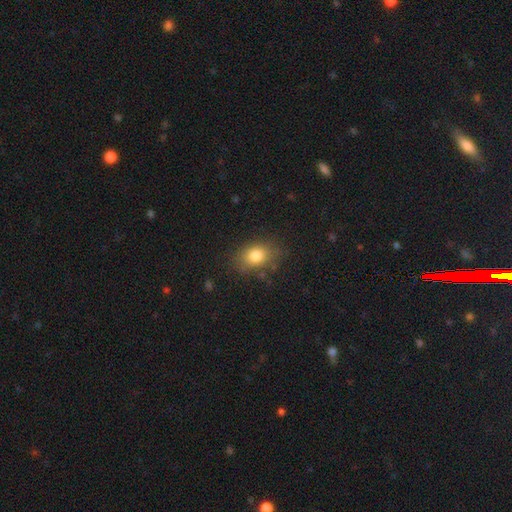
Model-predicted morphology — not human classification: smooth_or_featured: smooth (p=0.81) [alt: star or artifact p=0.10]
how_rounded: in between (p=0.69) [alt: round p=0.29]
merging: none (p=0.77) [alt: minor disturbance p=0.16]